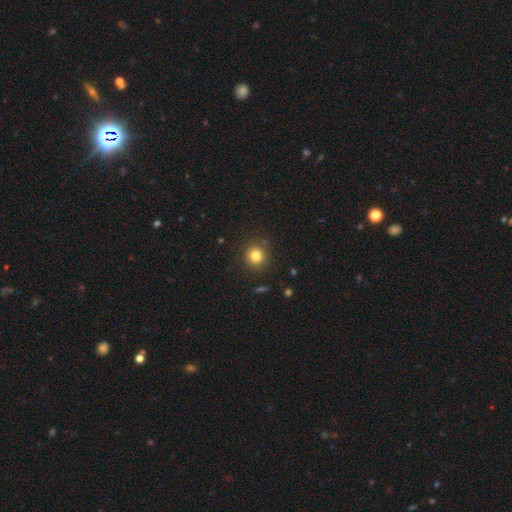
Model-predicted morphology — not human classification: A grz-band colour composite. It shows a smooth galaxy with no disk features (82%) that is round (91%). Merging: none (87%).